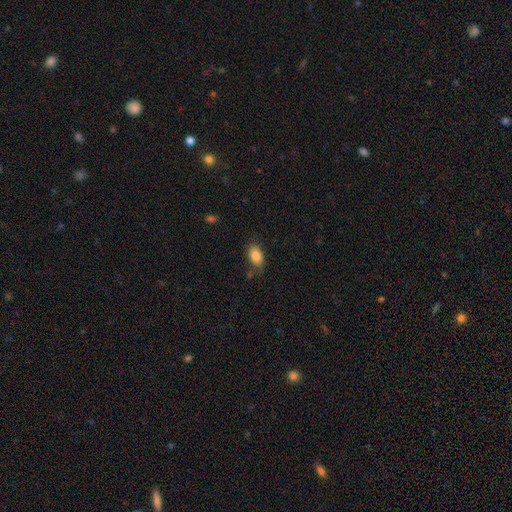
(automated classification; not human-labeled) Smooth or featured?
  - smooth: 85% *
  - star or artifact: 8%
  - featured or disk: 8%
How rounded?
  - in between: 90% *
  - round: 8%
  - cigar-shaped: 3%
Merging?
  - none: 75% *
  - minor disturbance: 18%
  - major disturbance: 4%
  - merger: 4%